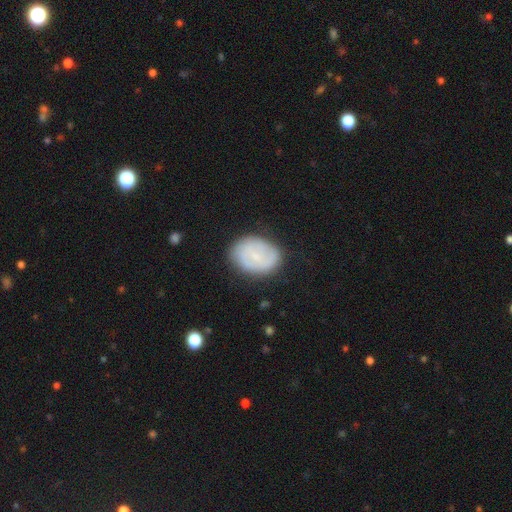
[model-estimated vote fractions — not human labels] Smooth or featured: smooth — 48% (featured or disk — 44%)
Merging: none — 78% (minor disturbance — 16%)